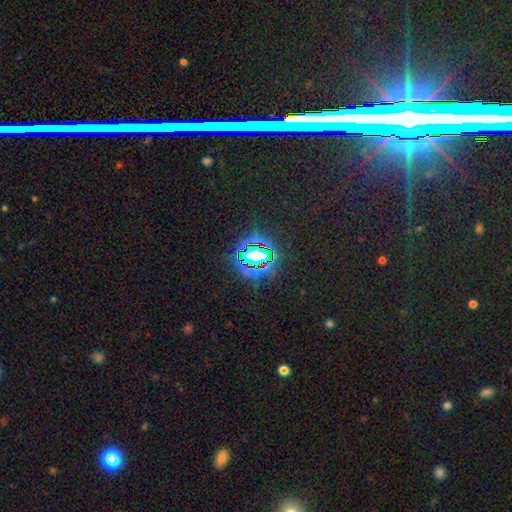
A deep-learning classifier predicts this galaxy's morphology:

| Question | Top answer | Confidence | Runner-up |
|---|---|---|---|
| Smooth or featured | star or artifact | 77% | smooth (13%) |